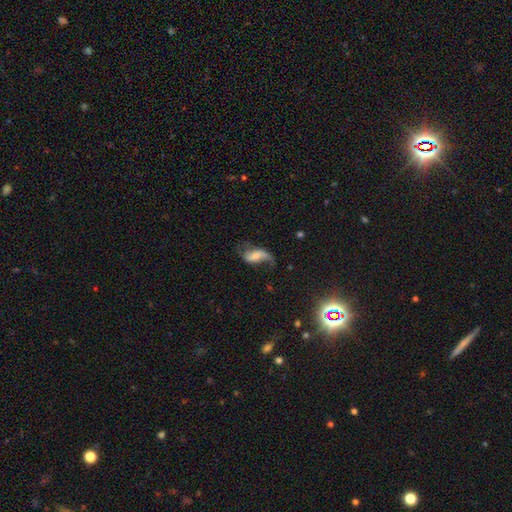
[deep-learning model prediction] A featured or disk galaxy (62%) with no bar (42%), 2 (70%) loose (82%) spiral arms (87%) and a small central bulge (36%). Merging: none (42%).